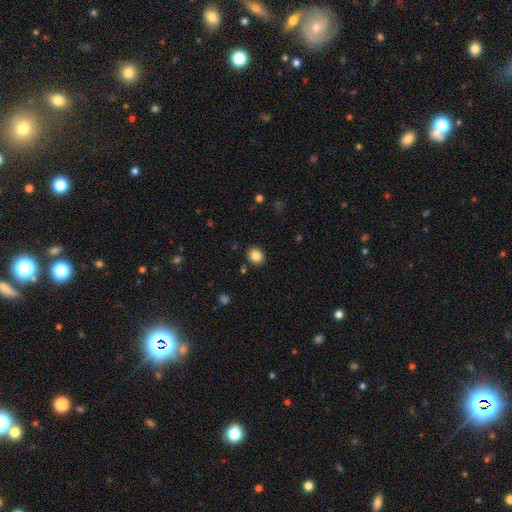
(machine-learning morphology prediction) smooth 84%, star or artifact 10%, featured or disk 5%. Down the decision tree: how rounded — round (71%); merging — none (89%).